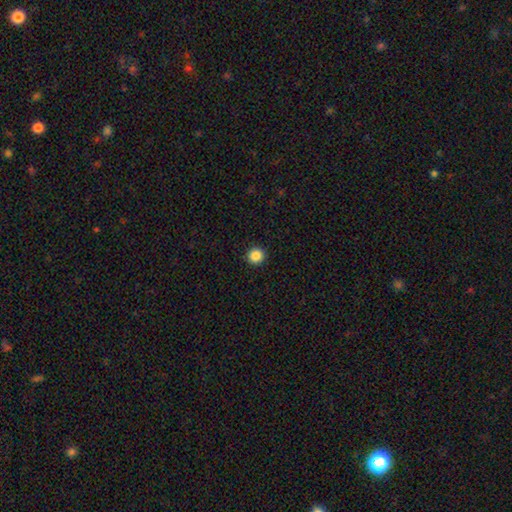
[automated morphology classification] Smooth or featured? smooth (87%)
How rounded? round (94%)
Merging? none (93%)